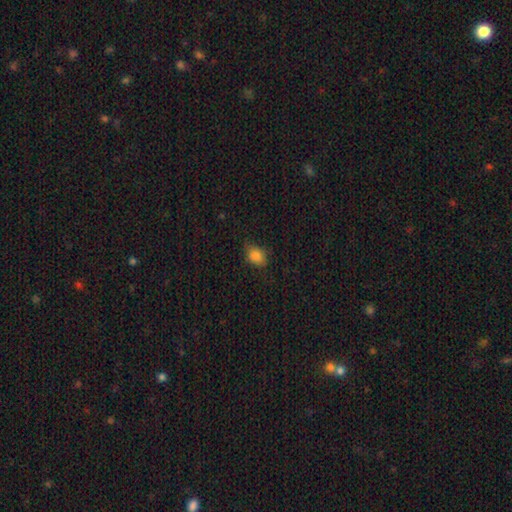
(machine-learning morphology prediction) A smooth galaxy with no disk features (84%) that is in between round and cigar-shaped (65%). Merging: none (70%).